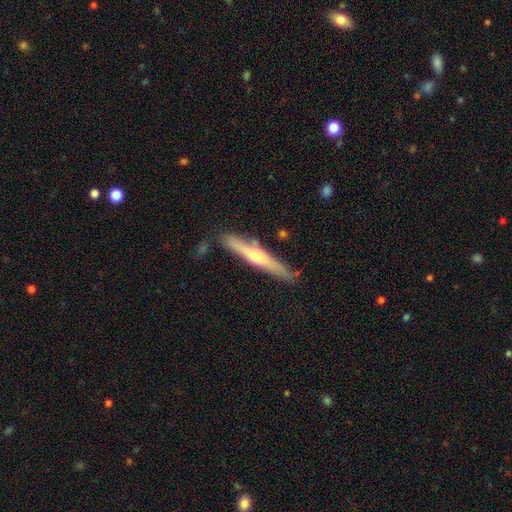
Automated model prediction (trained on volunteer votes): This is possibly a featured or disk galaxy (53%). It is clearly viewed edge-on (95%). Edge-on bulge: likely rounded (73%). Merging: likely none (79%).